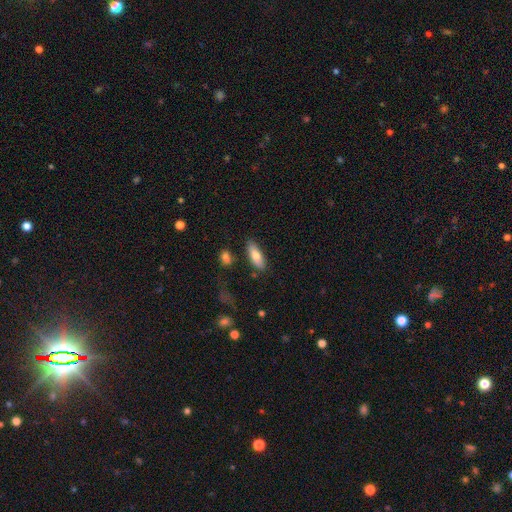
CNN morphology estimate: Overall: smooth (77%). How rounded: in between (69%). Merging: none (82%).